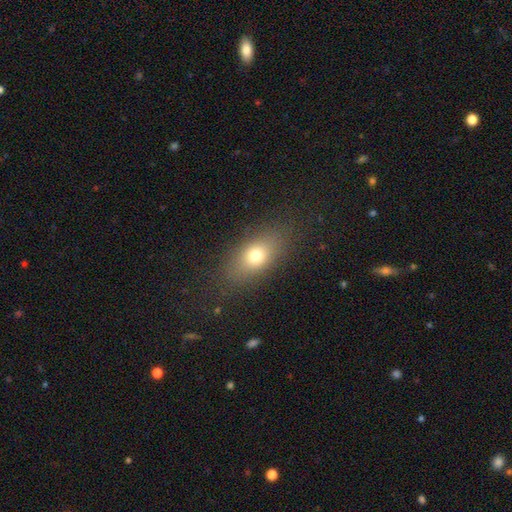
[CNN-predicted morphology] The model was most divided on "smooth or featured": smooth: 73%, featured or disk: 15%, star or artifact: 11%. More confident: merging — none (82%); how rounded — in between (80%).